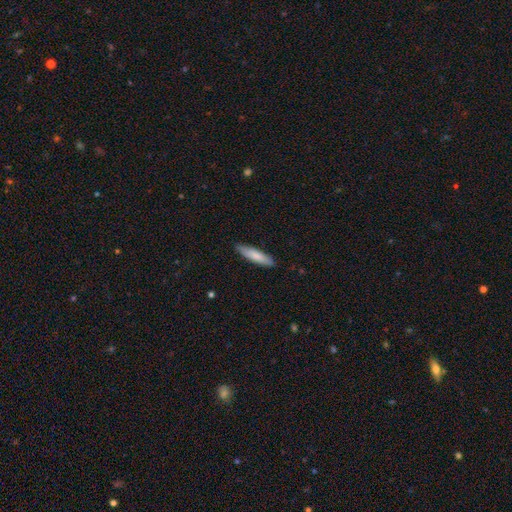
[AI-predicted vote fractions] Morphology: type=smooth (78%); roundness=cigar-shaped (77%); merging=none (86%).